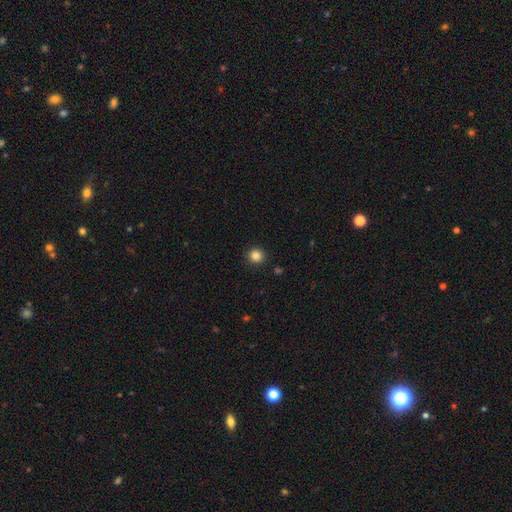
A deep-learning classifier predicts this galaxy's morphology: A smooth galaxy with no disk features (85%) that is round (91%).

Vote fractions:
- Smooth or featured? smooth: 85% / star or artifact: 11% / featured or disk: 4%
- How rounded? round: 91% / in between: 8% / cigar-shaped: 1%
- Merging? none: 92% / minor disturbance: 5% / major disturbance: 2% / merger: 1%